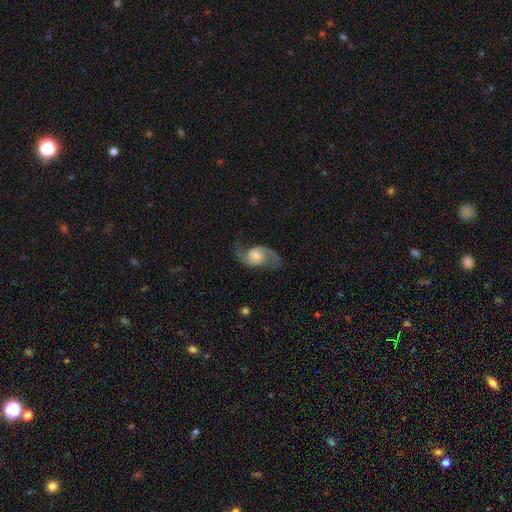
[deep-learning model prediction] smooth_or_featured: featured or disk (p=0.85) [alt: smooth p=0.09]
disk_edge_on: no (p=0.97) [alt: yes p=0.03]
bar: no (p=0.64) [alt: weak p=0.30]
has_spiral_arms: yes (p=0.96) [alt: no p=0.04]
spiral_winding: loose (p=0.56) [alt: medium p=0.37]
spiral_arm_count: 2 (p=0.93) [alt: 1 p=0.02]
bulge_size: moderate (p=0.38) [alt: small p=0.34]
merging: none (p=0.75) [alt: minor disturbance p=0.14]